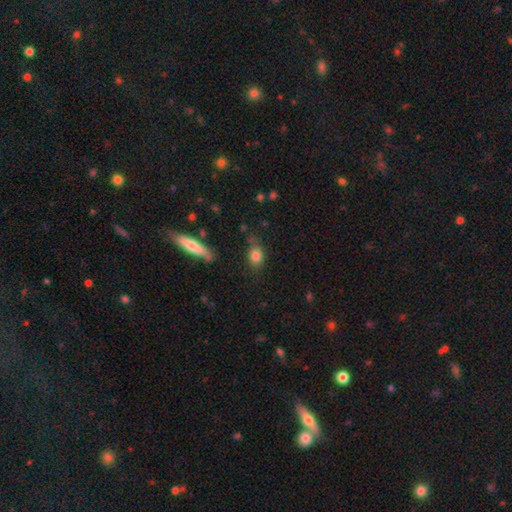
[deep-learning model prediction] This appears to be a smooth galaxy with no disk features (82%) that is in between round and cigar-shaped (67%). Merging: none (70%).